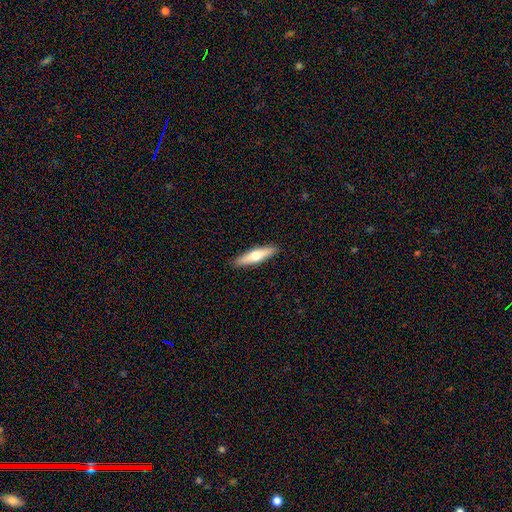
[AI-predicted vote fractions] Smooth or featured? Predicted: smooth (p=0.53). How rounded? Predicted: cigar-shaped (p=0.78). Merging? Predicted: none (p=0.91).